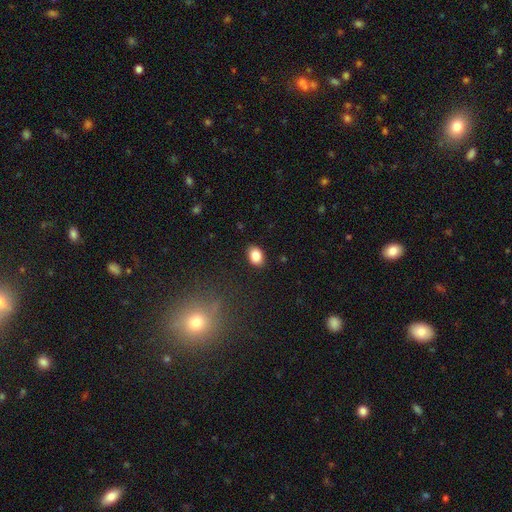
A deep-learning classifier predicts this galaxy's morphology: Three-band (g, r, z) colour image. It shows a smooth galaxy with no disk features (86%) that is in between round and cigar-shaped (77%). Merging: none (88%).